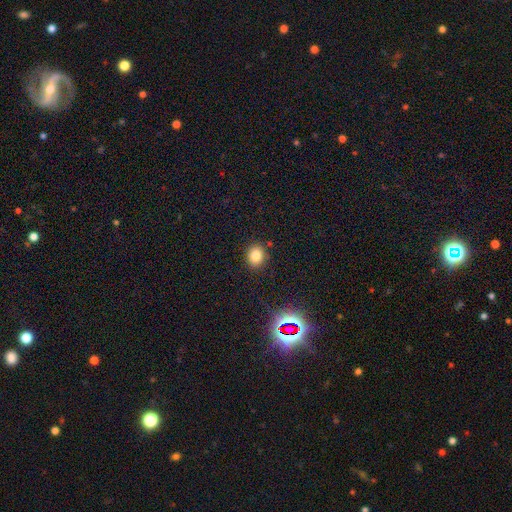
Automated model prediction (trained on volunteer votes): Smooth or featured? Predicted: smooth (p=0.80). How rounded? Predicted: round (p=0.63). Merging? Predicted: none (p=0.87).